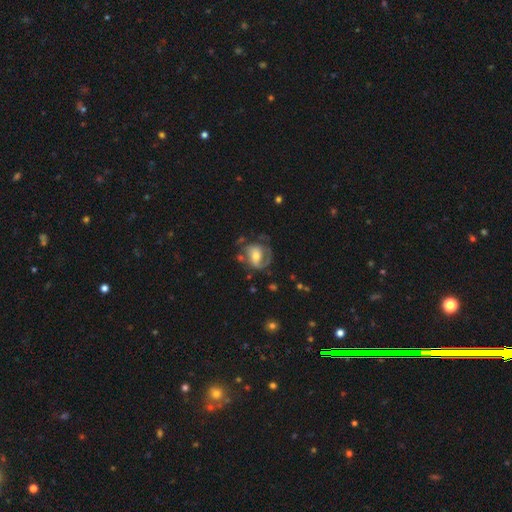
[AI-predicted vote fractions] smooth_or_featured: featured or disk (p=0.70) [alt: smooth p=0.23]
disk_edge_on: no (p=0.97) [alt: yes p=0.03]
bar: no (p=0.43) [alt: weak p=0.39]
has_spiral_arms: yes (p=0.83) [alt: no p=0.17]
spiral_winding: medium (p=0.42) [alt: tight p=0.36]
spiral_arm_count: 1 (p=0.41) [tied with: 2 p=0.41]
bulge_size: moderate (p=0.62) [alt: small p=0.25]
merging: none (p=0.50) [alt: major disturbance p=0.24]